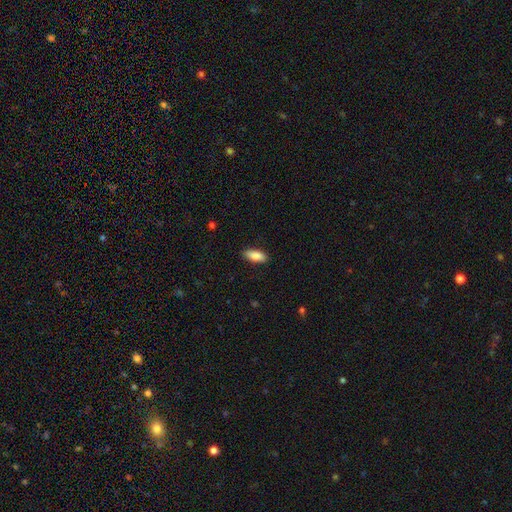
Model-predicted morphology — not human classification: The model was most divided on "how rounded": in between: 83%, cigar-shaped: 15%, round: 2%. More confident: smooth or featured — smooth (89%); merging — none (87%).